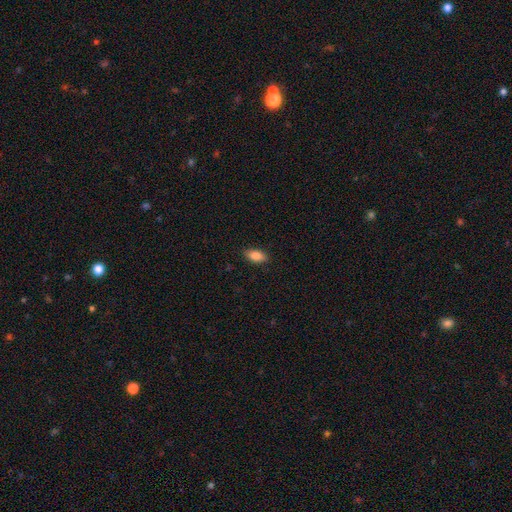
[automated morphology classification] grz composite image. It shows a smooth galaxy with no disk features (87%) that is in between round and cigar-shaped (90%). Merging: none (88%).